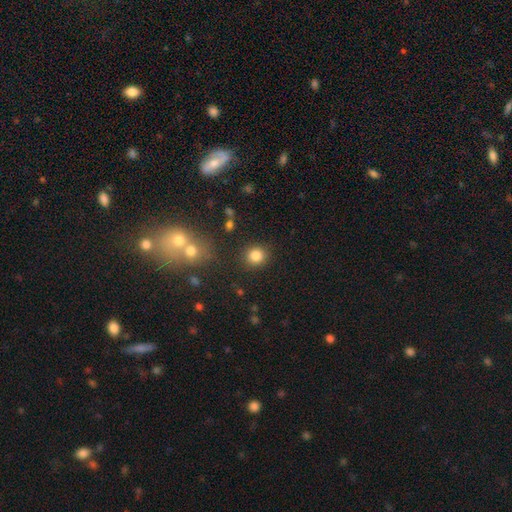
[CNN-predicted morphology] Smooth or featured?
  - smooth: 83% *
  - star or artifact: 12%
  - featured or disk: 5%
How rounded?
  - round: 85% *
  - in between: 14%
  - cigar-shaped: 1%
Merging?
  - none: 87% *
  - minor disturbance: 7%
  - major disturbance: 3%
  - merger: 3%